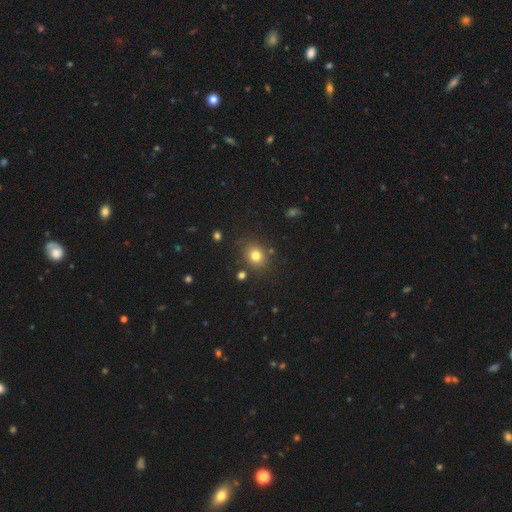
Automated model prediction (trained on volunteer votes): The model was most divided on "how rounded": round: 69%, in between: 30%, cigar-shaped: 1%. More confident: merging — none (82%); smooth or featured — smooth (79%).